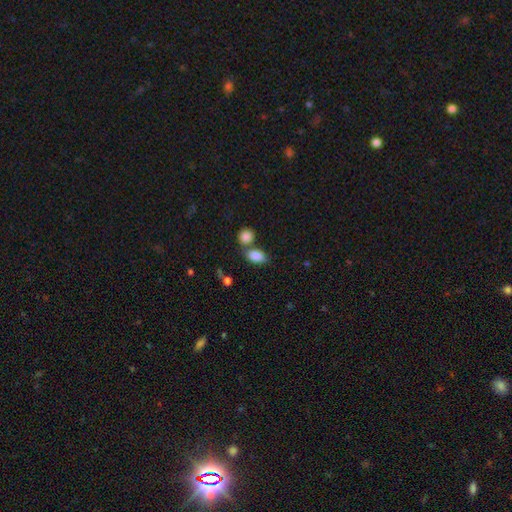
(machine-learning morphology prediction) A smooth galaxy with no disk features (86%) that is in between round and cigar-shaped (87%).

Vote fractions:
- Smooth or featured? smooth: 86% / star or artifact: 8% / featured or disk: 6%
- How rounded? in between: 87% / round: 11% / cigar-shaped: 3%
- Merging? none: 52% / merger: 32% / minor disturbance: 12% / major disturbance: 4%